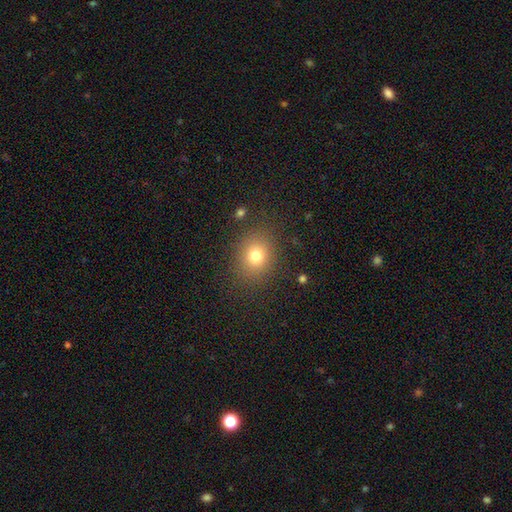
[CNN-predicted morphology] A smooth galaxy with no disk features (76%) that is round (66%).

Vote fractions:
- Smooth or featured? smooth: 76% / star or artifact: 14% / featured or disk: 9%
- How rounded? round: 66% / in between: 33% / cigar-shaped: 1%
- Merging? none: 85% / minor disturbance: 9% / major disturbance: 4% / merger: 2%